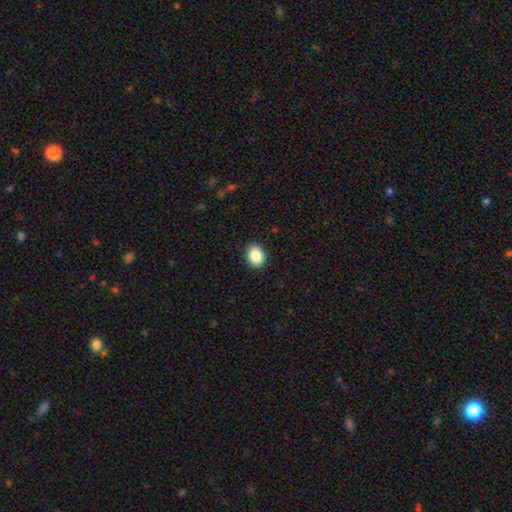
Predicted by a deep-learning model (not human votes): This appears to be a smooth galaxy with no disk features (87%) that is in between round and cigar-shaped (64%). Merging: none (91%).